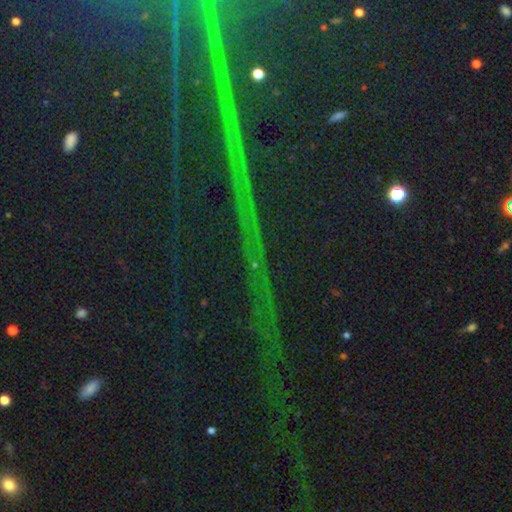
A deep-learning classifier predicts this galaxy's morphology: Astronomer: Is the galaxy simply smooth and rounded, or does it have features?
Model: star or artifact — 87%.